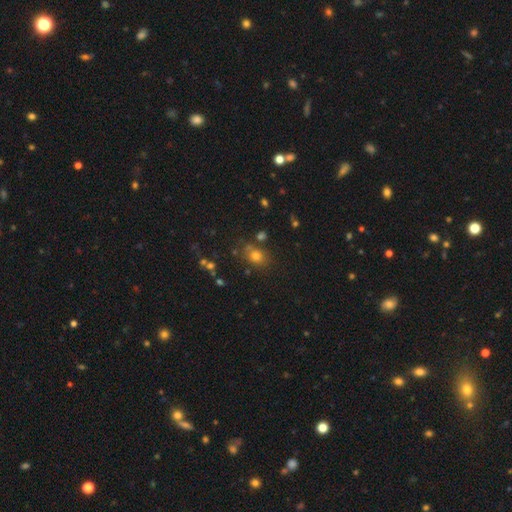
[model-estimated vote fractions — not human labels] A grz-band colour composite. It shows a smooth galaxy with no disk features (69%) that is round (59%). Merging: none (72%).